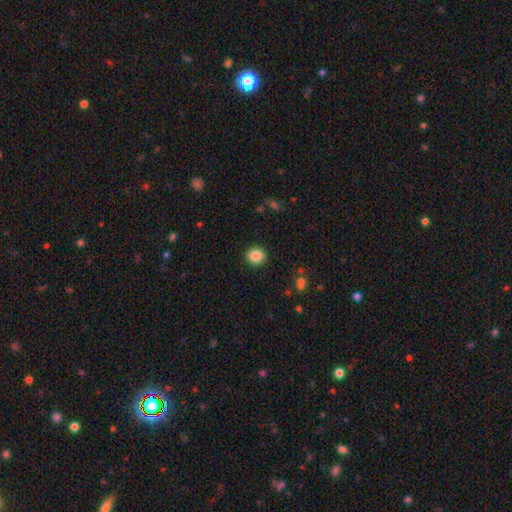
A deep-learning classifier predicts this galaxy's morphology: The model was most divided on "how rounded": round: 87%, in between: 12%, cigar-shaped: 1%. More confident: merging — none (91%); smooth or featured — smooth (86%).